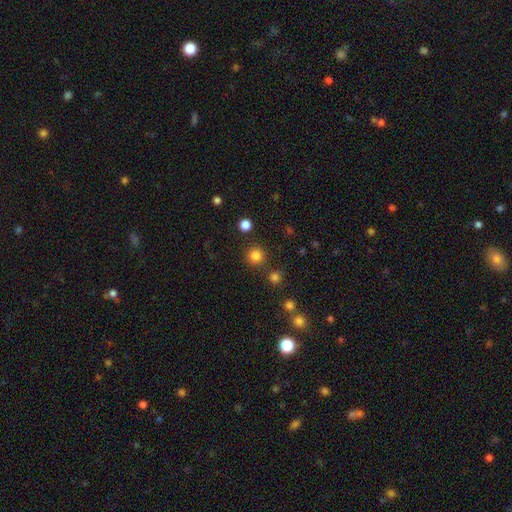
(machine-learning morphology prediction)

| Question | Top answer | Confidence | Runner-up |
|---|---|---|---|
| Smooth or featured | smooth | 82% | star or artifact (14%) |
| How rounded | round | 95% | in between (5%) |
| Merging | none | 86% | minor disturbance (6%) |